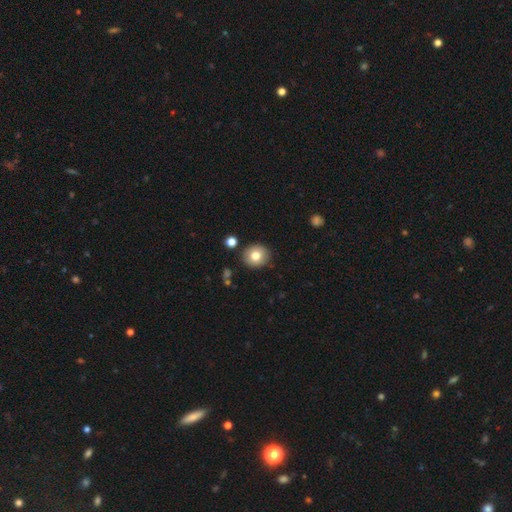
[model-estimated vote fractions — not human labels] Q: Smooth or featured?
A: smooth (78%); runner-up: featured or disk (12%)
Q: How rounded?
A: round (83%); runner-up: in between (16%)
Q: Merging?
A: none (87%); runner-up: minor disturbance (8%)